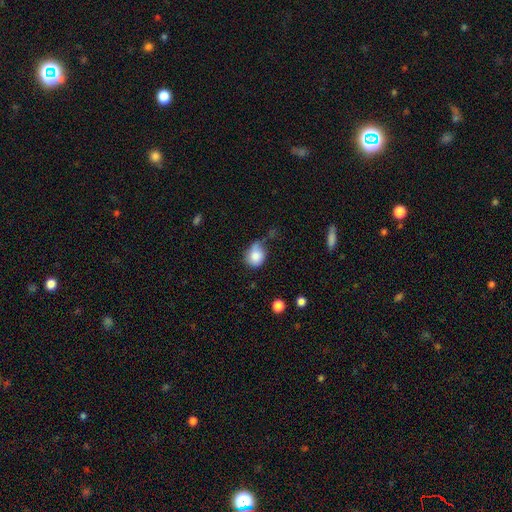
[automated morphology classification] A smooth galaxy with no disk features (81%) that is round (64%).

Vote fractions:
- Smooth or featured? smooth: 81% / featured or disk: 11% / star or artifact: 8%
- How rounded? round: 64% / in between: 35% / cigar-shaped: 1%
- Merging? none: 38% / minor disturbance: 37% / major disturbance: 18% / merger: 7%